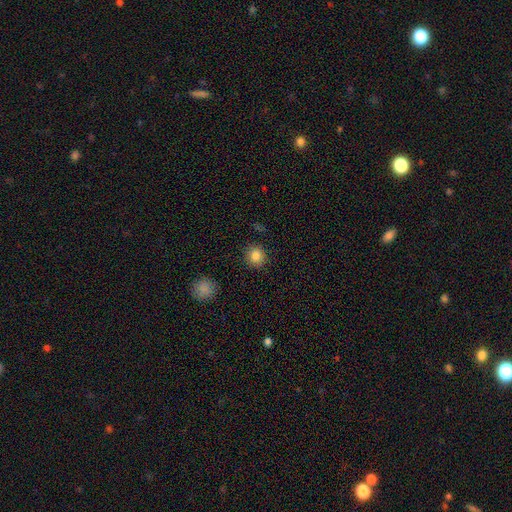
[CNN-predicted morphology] Q: Smooth or featured?
A: smooth (83%); runner-up: star or artifact (11%)
Q: How rounded?
A: round (89%); runner-up: in between (10%)
Q: Merging?
A: none (90%); runner-up: minor disturbance (6%)